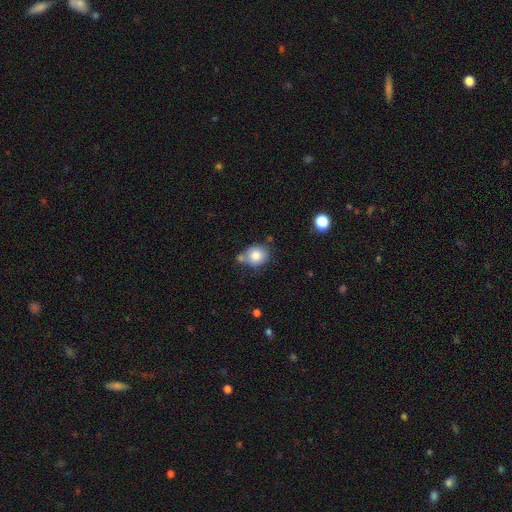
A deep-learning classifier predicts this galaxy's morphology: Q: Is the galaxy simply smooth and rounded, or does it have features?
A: smooth — 79%.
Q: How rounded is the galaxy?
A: round — 64%.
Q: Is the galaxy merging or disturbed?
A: none — 57%.